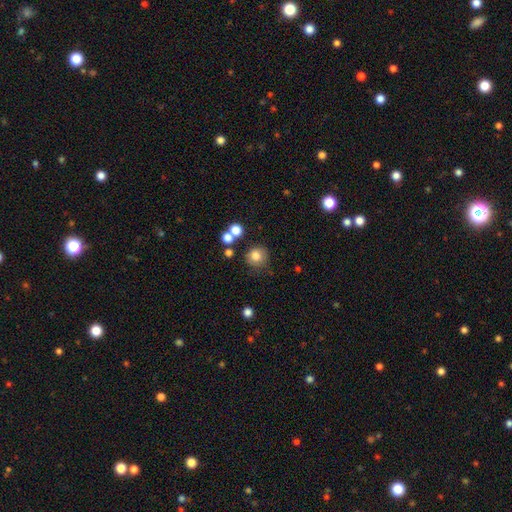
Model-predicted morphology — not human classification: Overall: smooth (80%). How rounded: round (91%). Merging: none (76%).